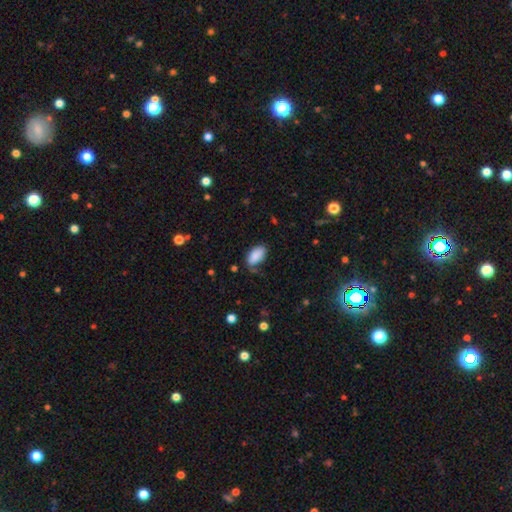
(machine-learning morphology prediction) The model was most divided on "merging": none: 60%, minor disturbance: 26%, major disturbance: 10%, merger: 4%. More confident: how rounded — in between (95%); smooth or featured — smooth (87%).